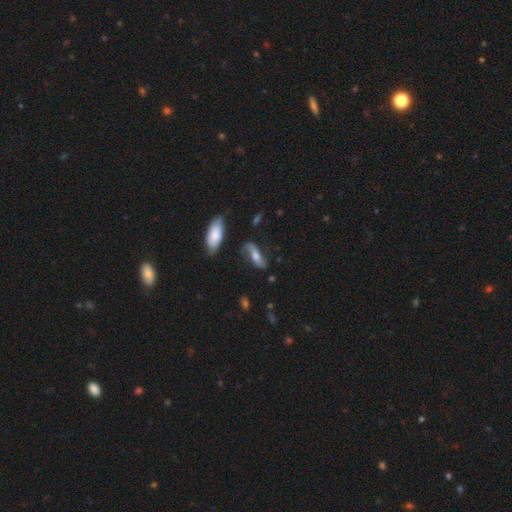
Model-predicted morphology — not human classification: A featured or disk galaxy (52%).

Vote fractions:
- Smooth or featured? featured or disk: 52% / smooth: 40% / star or artifact: 8%
- Edge-on disk? no: 75% / yes: 25%
- Merging? none: 65% / minor disturbance: 21% / major disturbance: 9% / merger: 4%